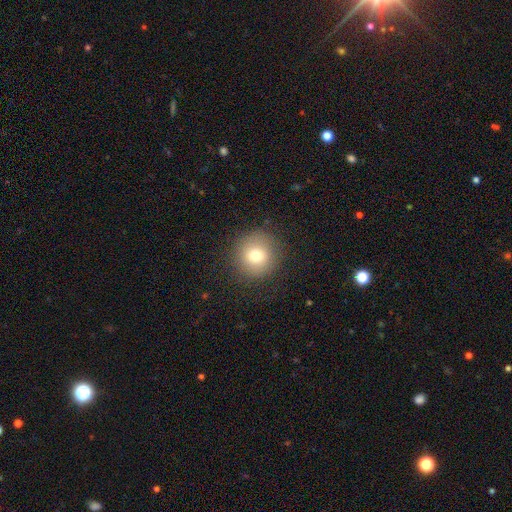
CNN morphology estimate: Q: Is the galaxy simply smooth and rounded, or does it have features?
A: smooth — 77%.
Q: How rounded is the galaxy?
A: round — 93%.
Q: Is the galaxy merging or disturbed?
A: none — 88%.